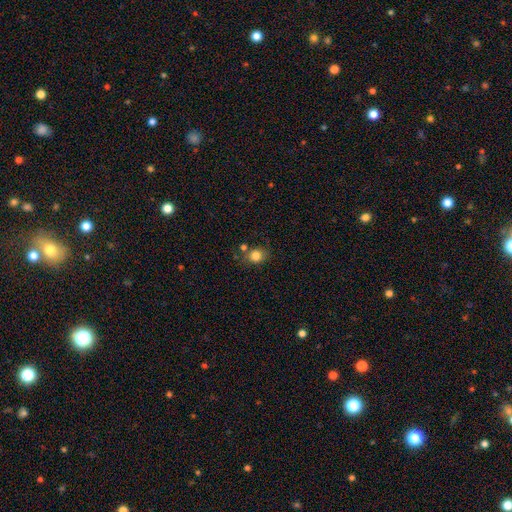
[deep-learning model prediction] Q: Smooth or featured?
A: smooth (82%); runner-up: star or artifact (11%)
Q: How rounded?
A: round (67%); runner-up: in between (32%)
Q: Merging?
A: none (69%); runner-up: minor disturbance (15%)